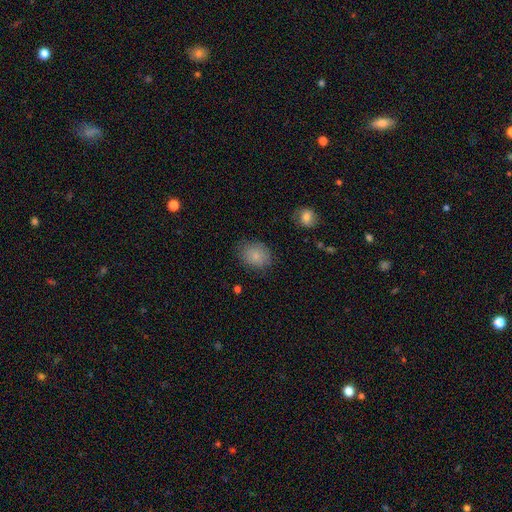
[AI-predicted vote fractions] The model was most divided on "how rounded": in between: 55%, round: 44%, cigar-shaped: 1%. More confident: smooth or featured — smooth (84%); merging — none (79%).